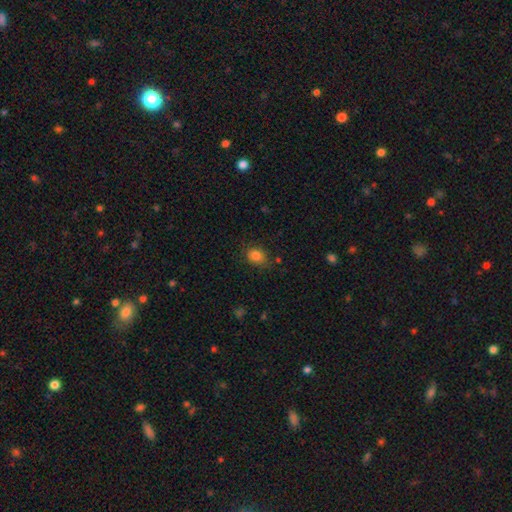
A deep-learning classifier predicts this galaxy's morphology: This is clearly a smooth galaxy (83%). How rounded: possibly in between (59%). Merging: likely none (78%).